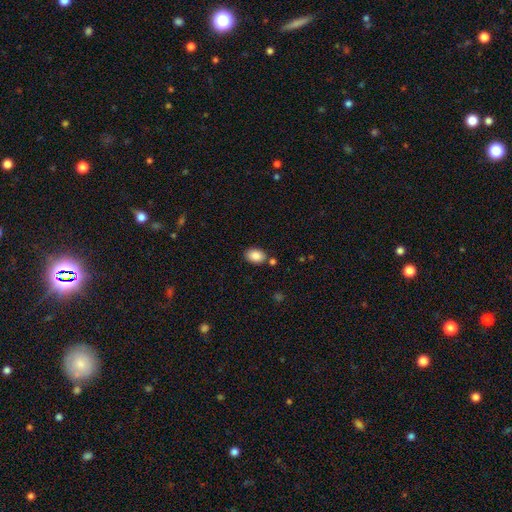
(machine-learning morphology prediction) Overall: smooth (87%). How rounded: in between (83%). Merging: none (79%).